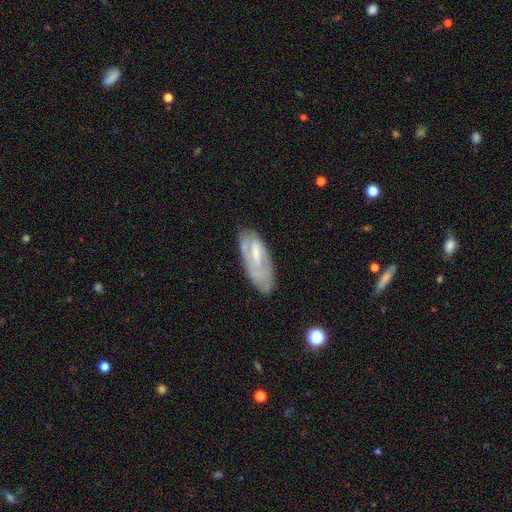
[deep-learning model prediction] Q: Smooth or featured?
A: featured or disk (59%); runner-up: smooth (33%)
Q: Edge-on disk?
A: no (84%); runner-up: yes (16%)
Q: Merging?
A: none (67%); runner-up: minor disturbance (23%)